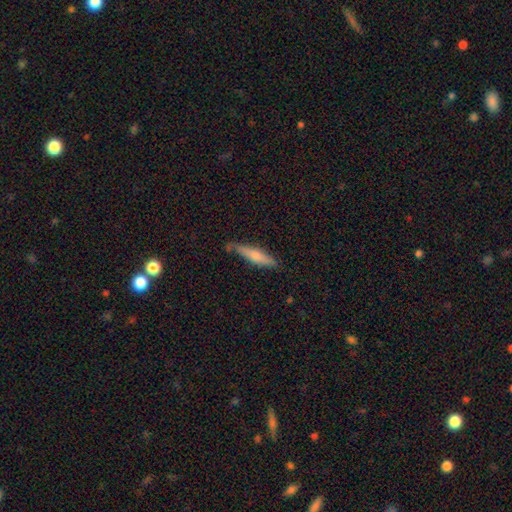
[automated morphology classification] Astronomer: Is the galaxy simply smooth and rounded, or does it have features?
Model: smooth — 62%.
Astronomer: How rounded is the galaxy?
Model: cigar-shaped — 85%.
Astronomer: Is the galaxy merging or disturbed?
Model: none — 75%.